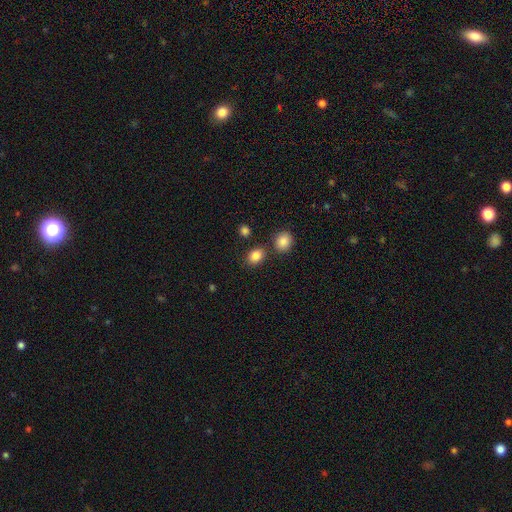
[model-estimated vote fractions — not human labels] This appears to be a smooth galaxy with no disk features (85%) that is in between round and cigar-shaped (54%). Merging: none (77%).